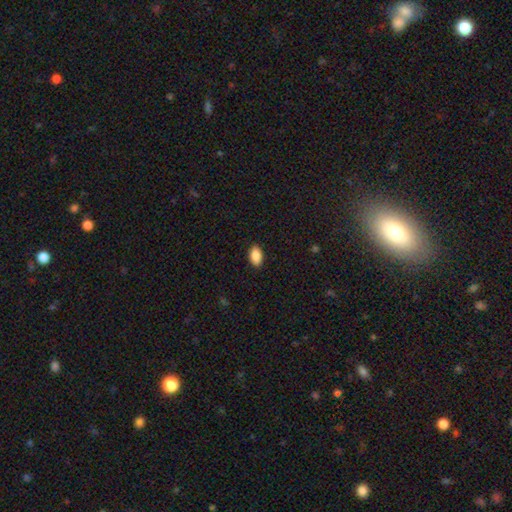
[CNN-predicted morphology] Smooth or featured?
  - smooth: 88% *
  - star or artifact: 7%
  - featured or disk: 5%
How rounded?
  - in between: 93% *
  - round: 5%
  - cigar-shaped: 2%
Merging?
  - none: 90% *
  - minor disturbance: 8%
  - major disturbance: 2%
  - merger: 1%